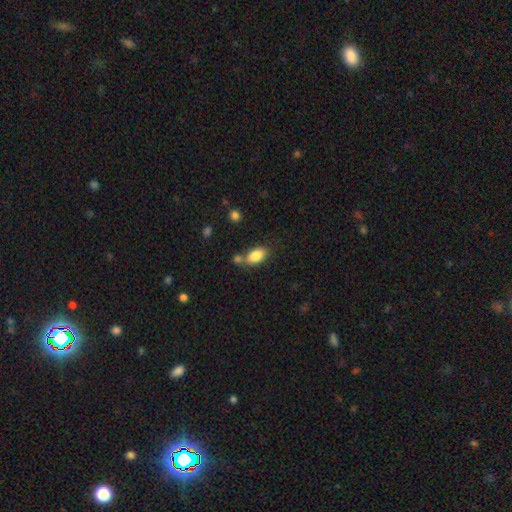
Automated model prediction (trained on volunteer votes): A smooth galaxy with no disk features (85%) that is in between round and cigar-shaped (90%).

Vote fractions:
- Smooth or featured? smooth: 85% / star or artifact: 8% / featured or disk: 7%
- How rounded? in between: 90% / round: 6% / cigar-shaped: 4%
- Merging? none: 55% / merger: 25% / minor disturbance: 15% / major disturbance: 5%